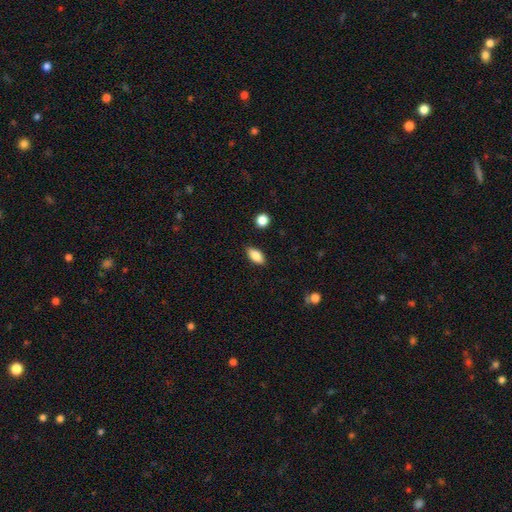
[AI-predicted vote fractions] Smooth or featured?
  - smooth: 82% *
  - featured or disk: 10%
  - star or artifact: 8%
How rounded?
  - in between: 88% *
  - cigar-shaped: 8%
  - round: 4%
Merging?
  - none: 87% *
  - minor disturbance: 10%
  - major disturbance: 2%
  - merger: 2%